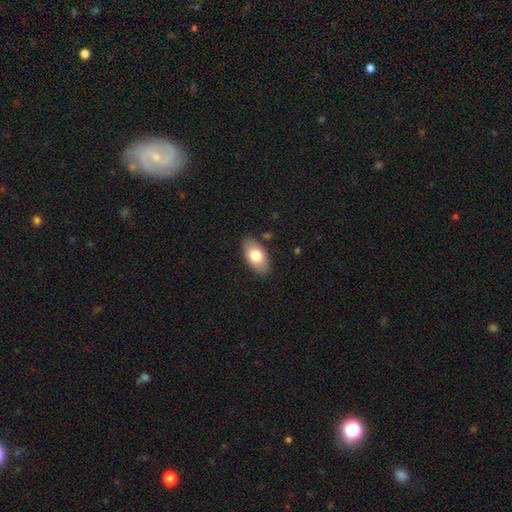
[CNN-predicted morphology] This is likely a smooth galaxy (78%). How rounded: clearly in between (94%). Merging: clearly none (85%).